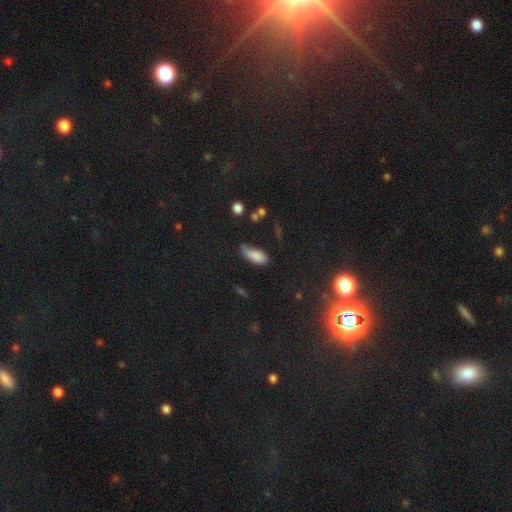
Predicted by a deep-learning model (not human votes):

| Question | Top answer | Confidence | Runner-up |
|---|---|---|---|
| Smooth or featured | smooth | 82% | star or artifact (9%) |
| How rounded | in between | 83% | cigar-shaped (14%) |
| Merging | none | 40% | minor disturbance (39%) |